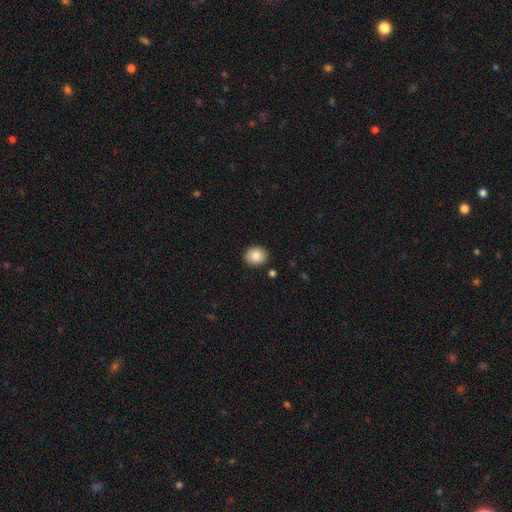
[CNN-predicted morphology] smooth-or-featured: smooth: 85% | star or artifact: 8% | featured or disk: 7%
  how-rounded: round: 71% | in between: 29% | cigar-shaped: 1%
  merging: none: 90% | minor disturbance: 7% | major disturbance: 2% | merger: 2%